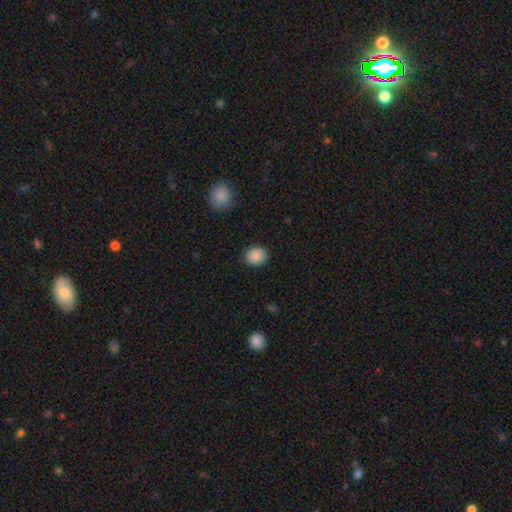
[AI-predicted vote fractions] Smooth or featured? Predicted: smooth (p=0.88). How rounded? Predicted: round (p=0.73). Merging? Predicted: none (p=0.88).